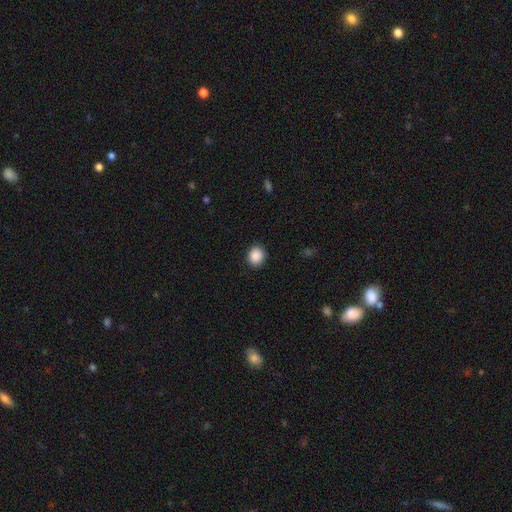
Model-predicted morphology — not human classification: type=smooth (89%); roundness=round (70%); merging=none (89%).